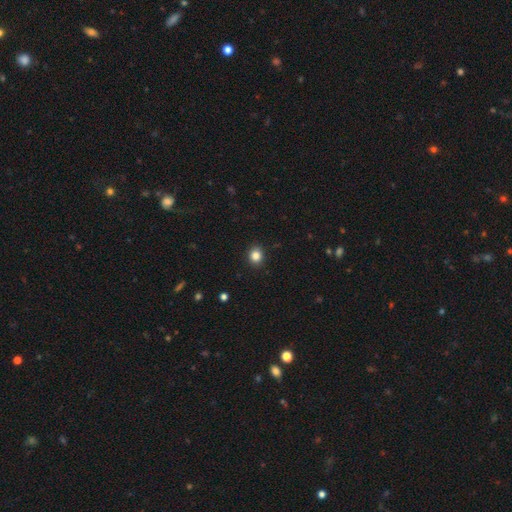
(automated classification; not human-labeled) Morphology: type=smooth (84%); roundness=round (75%); merging=none (91%).